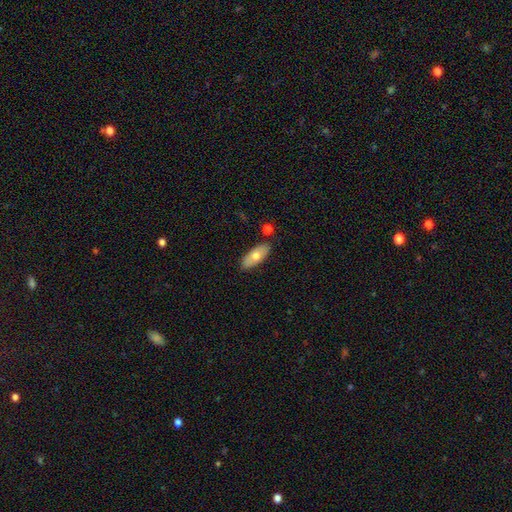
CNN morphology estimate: A smooth galaxy with no disk features (67%) that is in between round and cigar-shaped (84%). Merging: none (83%).